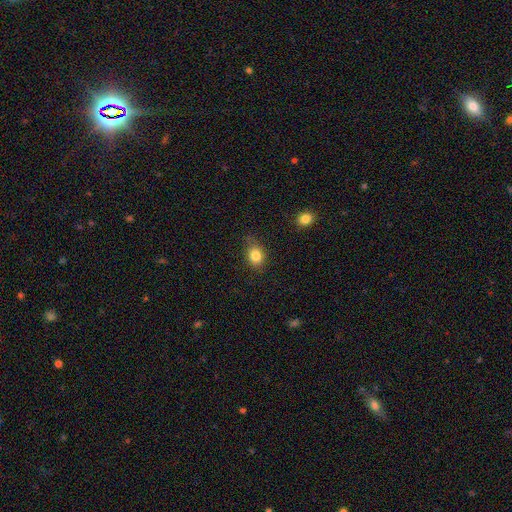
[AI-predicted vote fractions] The model was most divided on "how rounded": round: 50%, in between: 48%, cigar-shaped: 1%. More confident: smooth or featured — smooth (83%); merging — none (72%).